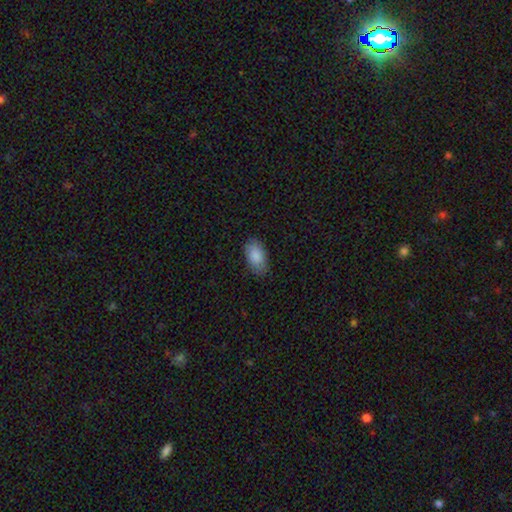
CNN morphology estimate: type=smooth (88%); roundness=in between (94%); merging=none (83%).